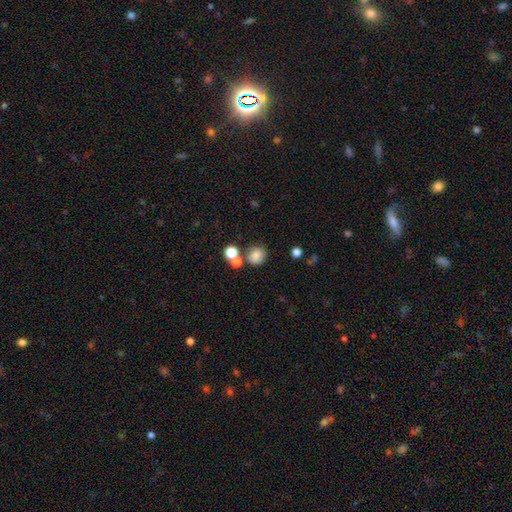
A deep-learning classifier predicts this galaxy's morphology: smooth 76%, star or artifact 13%, featured or disk 11%. Down the decision tree: how rounded — round (81%); merging — none (58%).